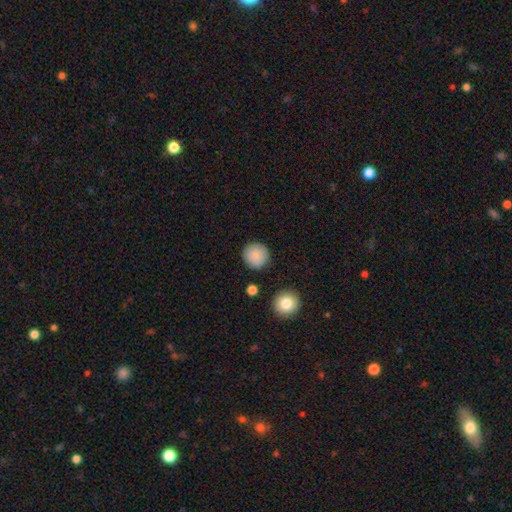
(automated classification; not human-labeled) A smooth galaxy with no disk features (88%) that is round (94%). Merging: none (89%).